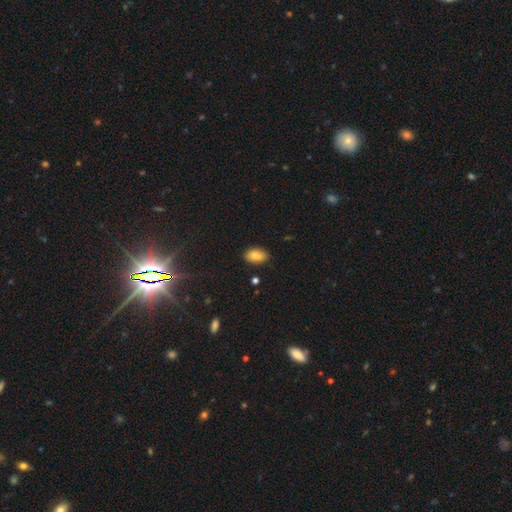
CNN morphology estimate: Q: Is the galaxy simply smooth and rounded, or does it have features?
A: smooth — 82%.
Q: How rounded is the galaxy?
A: in between — 89%.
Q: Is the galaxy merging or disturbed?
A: none — 86%.